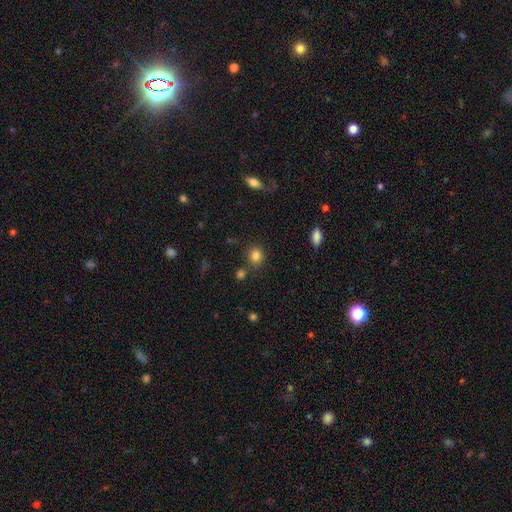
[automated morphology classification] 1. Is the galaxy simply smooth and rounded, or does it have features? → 83% smooth, 11% star or artifact, 5% featured or disk.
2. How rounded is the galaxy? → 81% round, 18% in between, 1% cigar-shaped.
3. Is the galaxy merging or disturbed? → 77% none, 11% minor disturbance, 9% merger, 3% major disturbance.